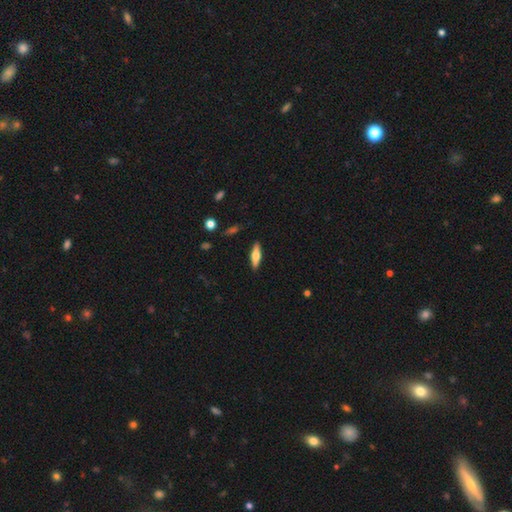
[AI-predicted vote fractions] A featured or disk galaxy (49%).

Vote fractions:
- Smooth or featured? featured or disk: 49% / smooth: 45% / star or artifact: 6%
- Merging? none: 89% / minor disturbance: 8% / major disturbance: 2% / merger: 1%